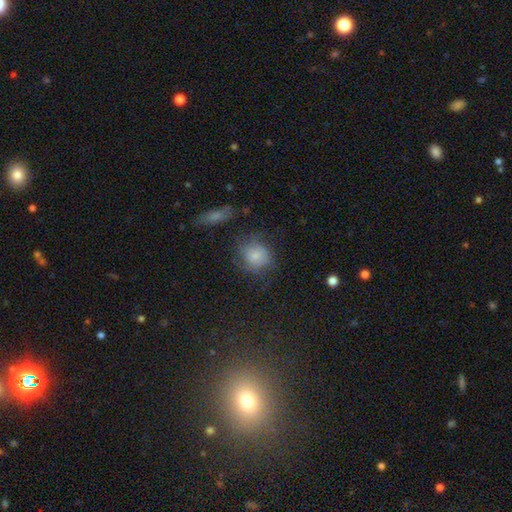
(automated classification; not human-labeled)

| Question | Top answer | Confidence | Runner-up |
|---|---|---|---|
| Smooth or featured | smooth | 76% | featured or disk (14%) |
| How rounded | round | 79% | in between (20%) |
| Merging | none | 62% | minor disturbance (22%) |